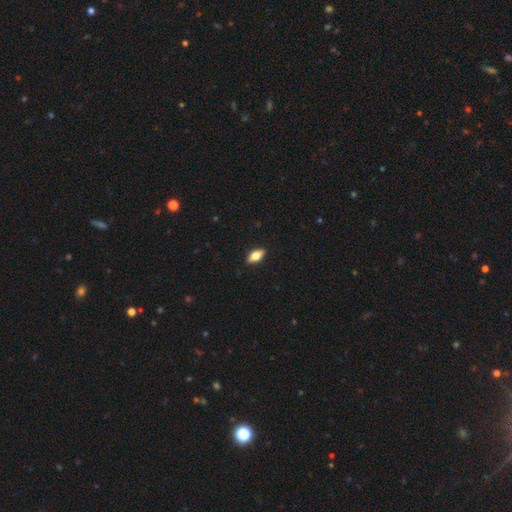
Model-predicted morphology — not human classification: A smooth galaxy with no disk features (71%) that is in between round and cigar-shaped (85%). Merging: none (89%).